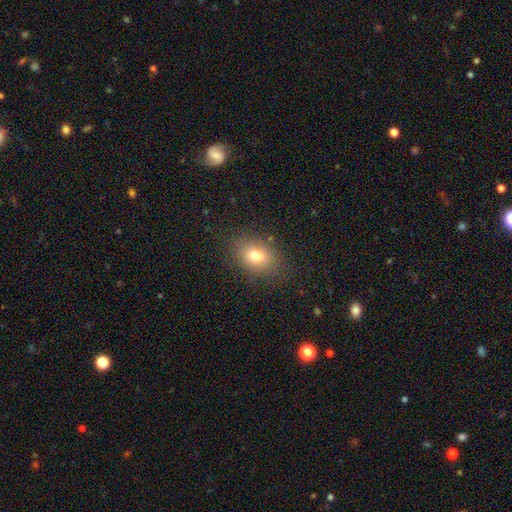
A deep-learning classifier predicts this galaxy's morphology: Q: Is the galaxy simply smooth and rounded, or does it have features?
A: smooth — 76%.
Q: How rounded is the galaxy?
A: in between — 62%.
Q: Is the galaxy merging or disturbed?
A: none — 83%.